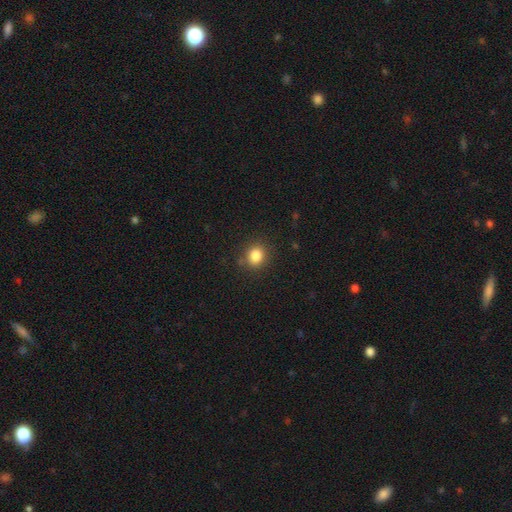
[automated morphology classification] This is clearly a smooth galaxy (84%). How rounded: likely round (75%). Merging: clearly none (85%).